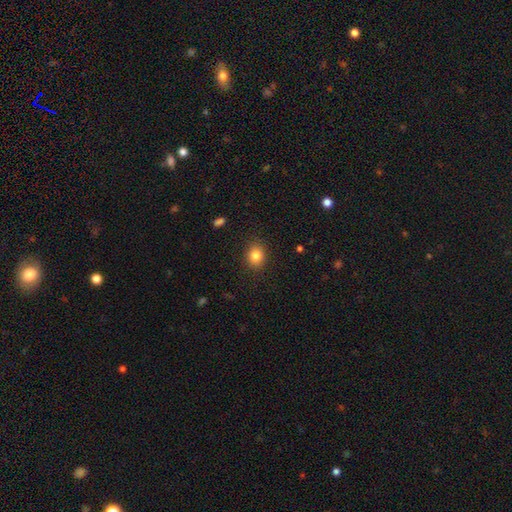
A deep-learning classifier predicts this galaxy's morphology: Overall: smooth (83%). How rounded: round (59%; in between 40%). Merging: none (87%).